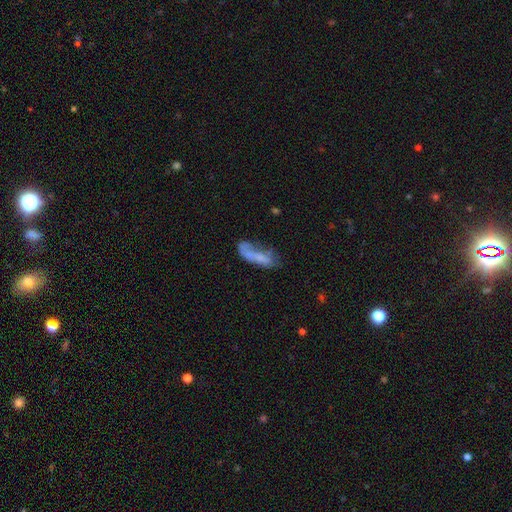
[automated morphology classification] Smooth or featured? Predicted: smooth (p=0.53). How rounded? Predicted: in between (p=0.51). Merging? Predicted: none (p=0.31).